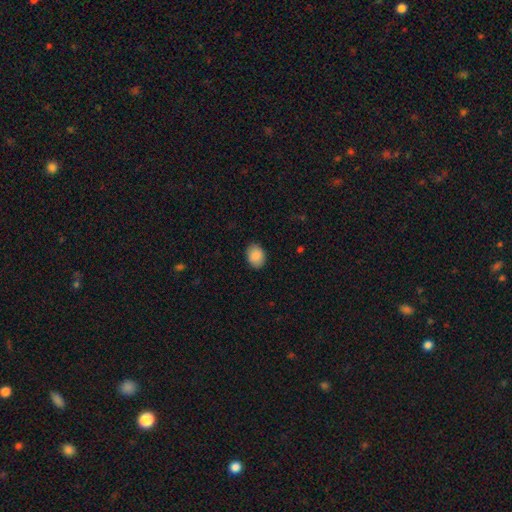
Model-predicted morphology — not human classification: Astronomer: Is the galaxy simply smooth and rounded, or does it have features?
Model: smooth — 89%.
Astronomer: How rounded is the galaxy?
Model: in between — 70%.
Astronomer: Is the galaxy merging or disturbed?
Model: none — 89%.